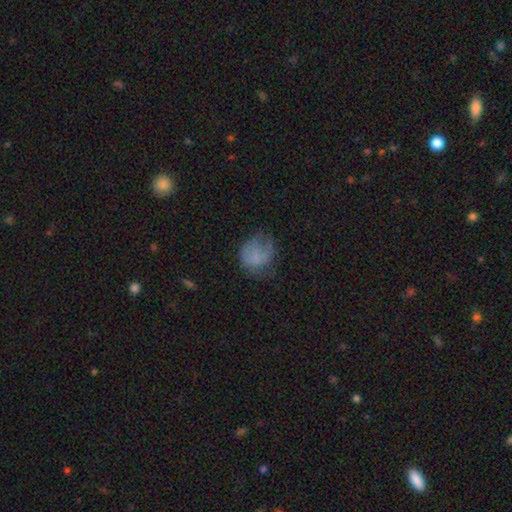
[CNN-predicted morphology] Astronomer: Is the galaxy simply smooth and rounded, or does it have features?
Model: smooth — 63%.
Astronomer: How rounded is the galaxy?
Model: round — 64%.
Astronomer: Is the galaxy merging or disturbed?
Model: none — 38% (runner-up: minor disturbance, 30%).